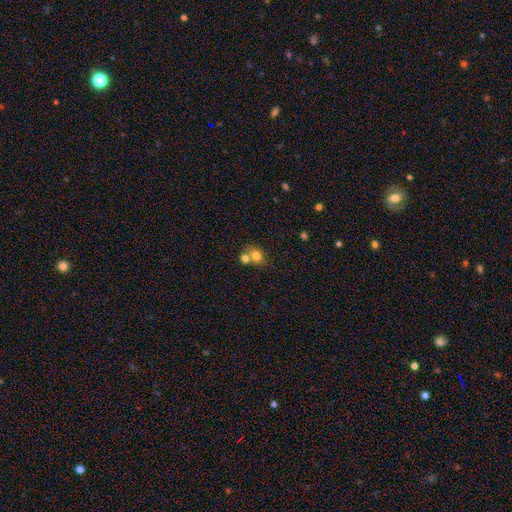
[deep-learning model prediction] smooth 77%, featured or disk 12%, star or artifact 11%. Down the decision tree: how rounded — round (65%); merging — merger (46%).